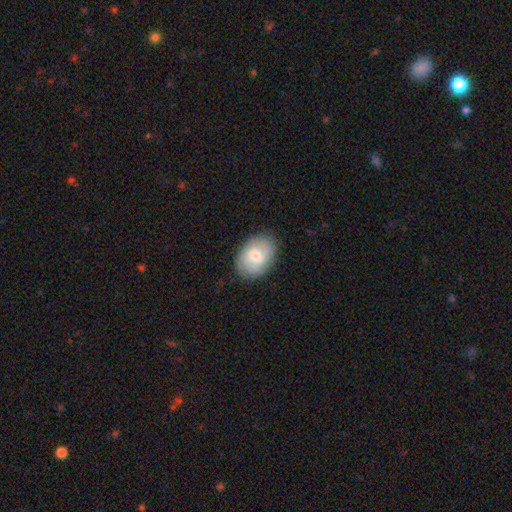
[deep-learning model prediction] Overall: featured or disk (48%; smooth 45%). Merging: none (83%).